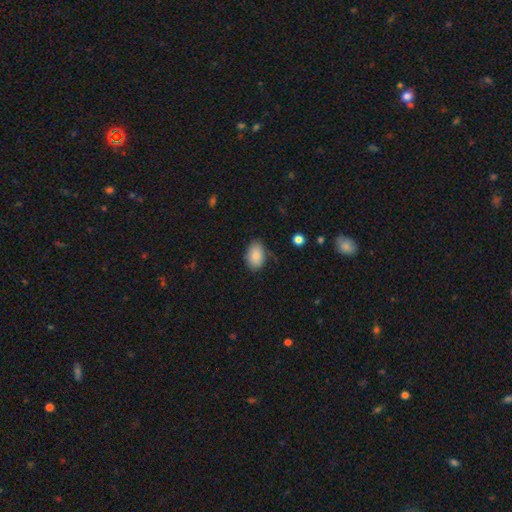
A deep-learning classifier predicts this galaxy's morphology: Smooth or featured?
  - smooth: 86% *
  - star or artifact: 7%
  - featured or disk: 7%
How rounded?
  - in between: 89% *
  - round: 10%
  - cigar-shaped: 1%
Merging?
  - none: 75% *
  - minor disturbance: 19%
  - major disturbance: 4%
  - merger: 2%